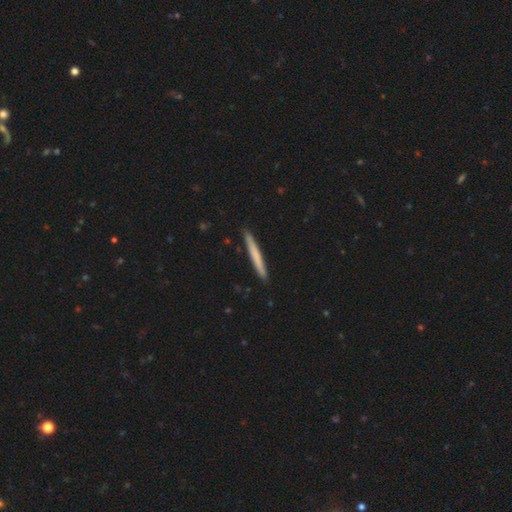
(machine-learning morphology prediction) smooth 67%, featured or disk 28%, star or artifact 5%. Down the decision tree: how rounded — cigar-shaped (97%); merging — none (92%).